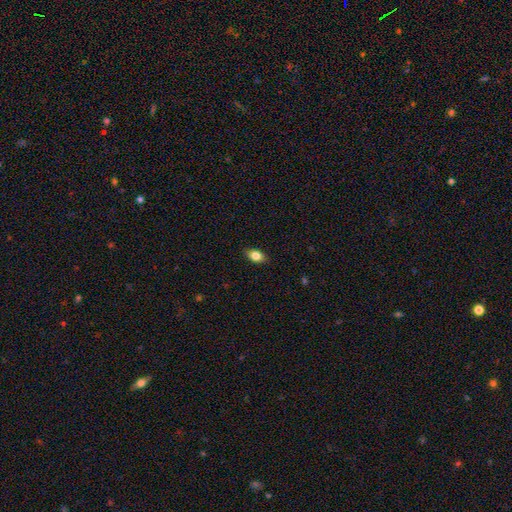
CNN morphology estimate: Smooth or featured?
  - smooth: 82% *
  - featured or disk: 9%
  - star or artifact: 9%
How rounded?
  - in between: 83% *
  - round: 13%
  - cigar-shaped: 3%
Merging?
  - none: 87% *
  - minor disturbance: 10%
  - major disturbance: 2%
  - merger: 1%